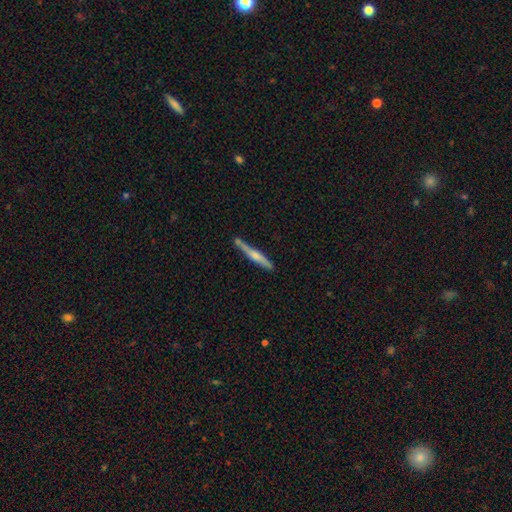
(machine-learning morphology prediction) This is possibly a featured or disk galaxy (49%). Merging: likely none (71%).